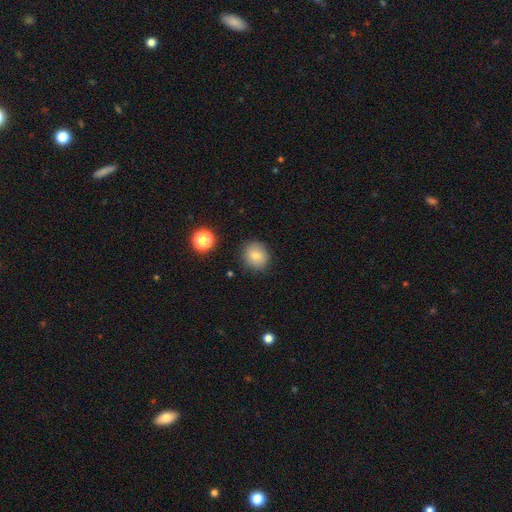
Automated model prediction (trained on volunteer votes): Morphology: type=smooth (78%); roundness=round (80%); merging=none (86%).